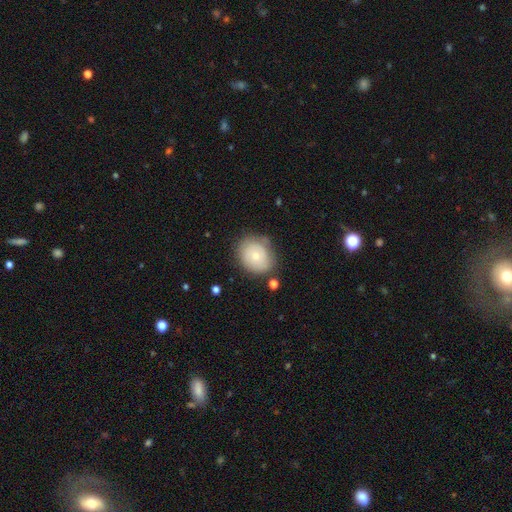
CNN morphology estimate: A smooth galaxy with no disk features (65%) that is round (61%).

Vote fractions:
- Smooth or featured? smooth: 65% / featured or disk: 28% / star or artifact: 7%
- How rounded? round: 61% / in between: 38% / cigar-shaped: 1%
- Merging? none: 68% / minor disturbance: 22% / major disturbance: 7% / merger: 3%